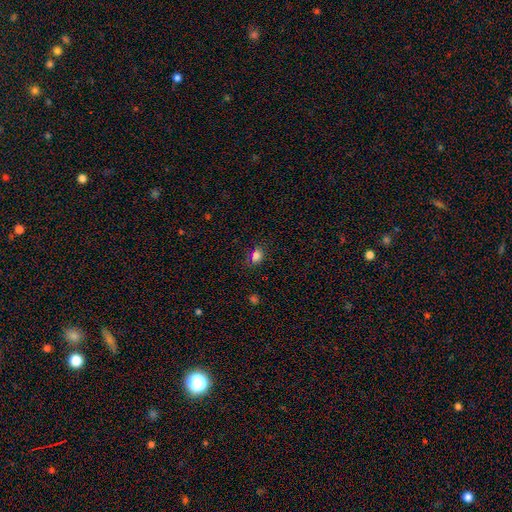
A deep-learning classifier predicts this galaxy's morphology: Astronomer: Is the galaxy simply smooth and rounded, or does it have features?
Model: smooth — 79%.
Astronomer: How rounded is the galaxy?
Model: in between — 69%.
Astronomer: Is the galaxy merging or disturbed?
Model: none — 79%.